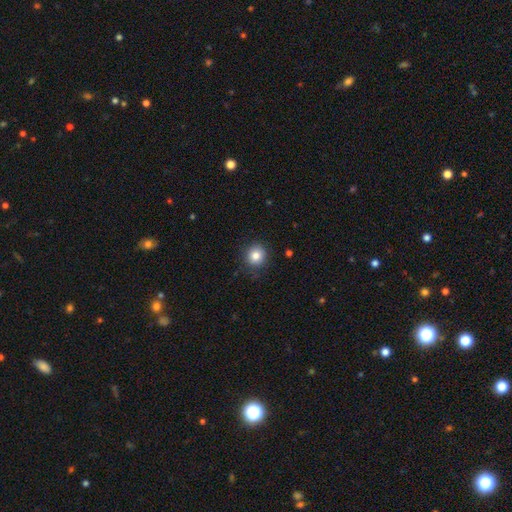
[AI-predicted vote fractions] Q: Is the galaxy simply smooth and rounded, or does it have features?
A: smooth — 83%.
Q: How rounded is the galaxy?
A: round — 88%.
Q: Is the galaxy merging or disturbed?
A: none — 87%.